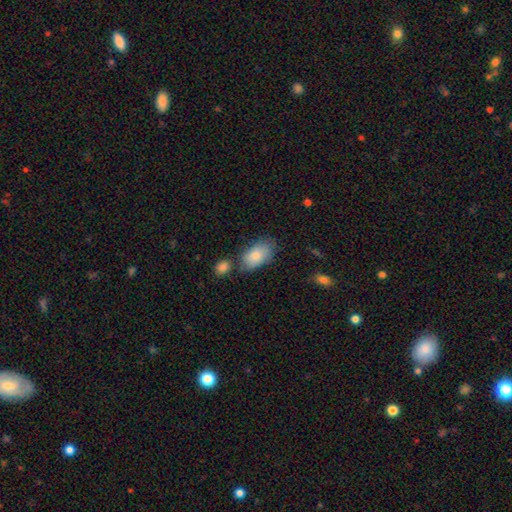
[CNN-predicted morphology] smooth-or-featured: smooth: 82% | featured or disk: 12% | star or artifact: 6%
  how-rounded: in between: 93% | round: 5% | cigar-shaped: 2%
  merging: none: 60% | minor disturbance: 22% | merger: 12% | major disturbance: 6%